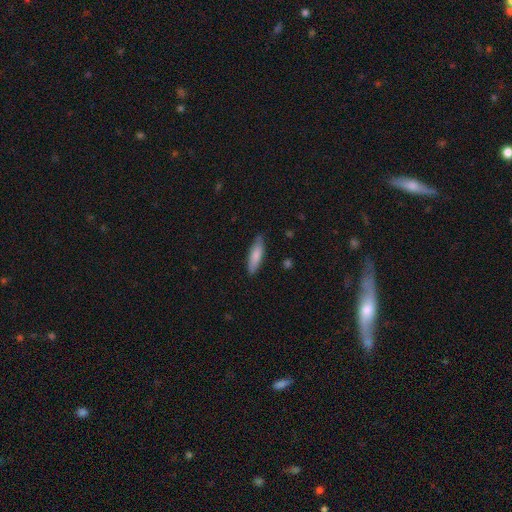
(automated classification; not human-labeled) Smooth or featured? smooth (81%)
How rounded? cigar-shaped (62%)
Merging? none (83%)